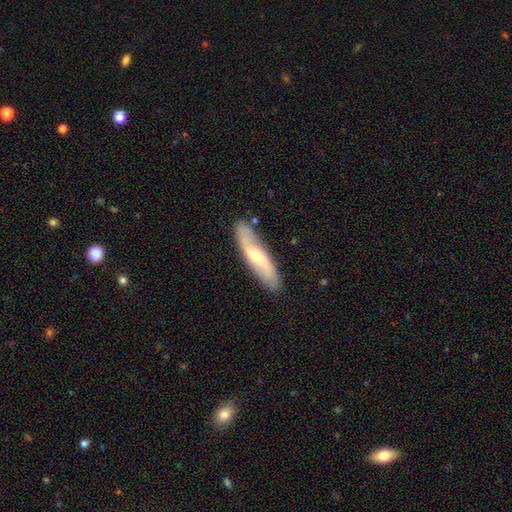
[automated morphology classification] The model was most divided on "smooth or featured": featured or disk: 58%, smooth: 36%, star or artifact: 6%. More confident: merging — none (82%); edge-on disk — no (72%).